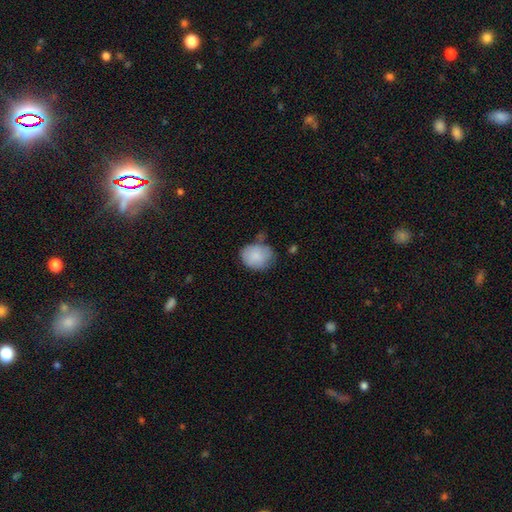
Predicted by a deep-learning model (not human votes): A smooth galaxy with no disk features (83%) that is round (52%).

Vote fractions:
- Smooth or featured? smooth: 83% / featured or disk: 10% / star or artifact: 7%
- How rounded? round: 52% / in between: 47% / cigar-shaped: 1%
- Merging? none: 48% / minor disturbance: 33% / major disturbance: 11% / merger: 8%